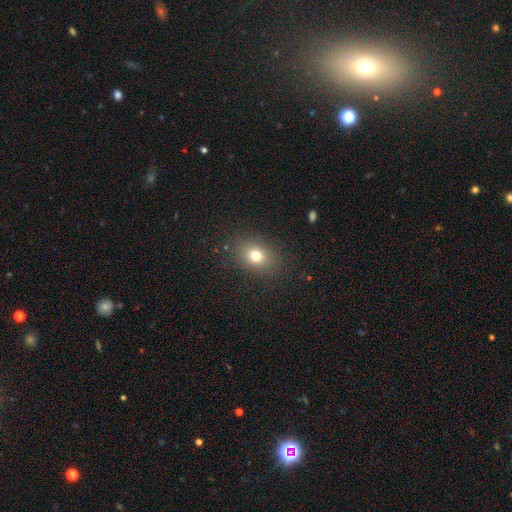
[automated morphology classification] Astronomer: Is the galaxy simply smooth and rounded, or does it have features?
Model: smooth — 76%.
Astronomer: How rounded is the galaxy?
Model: in between — 57% (runner-up: round, 42%).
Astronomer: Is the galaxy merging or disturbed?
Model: none — 86%.